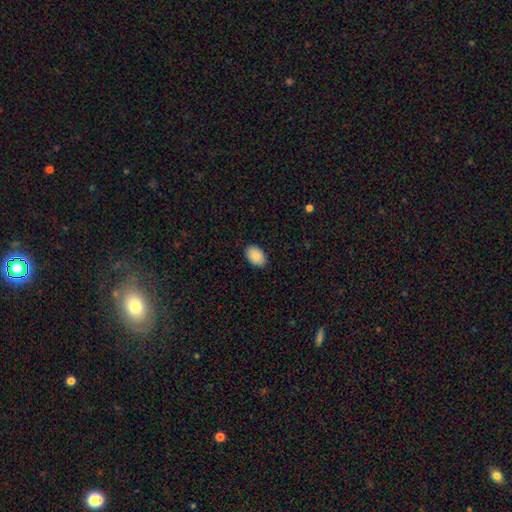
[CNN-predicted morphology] Smooth or featured?
  - smooth: 88% *
  - star or artifact: 7%
  - featured or disk: 5%
How rounded?
  - in between: 90% *
  - round: 9%
  - cigar-shaped: 1%
Merging?
  - none: 88% *
  - minor disturbance: 9%
  - major disturbance: 2%
  - merger: 1%